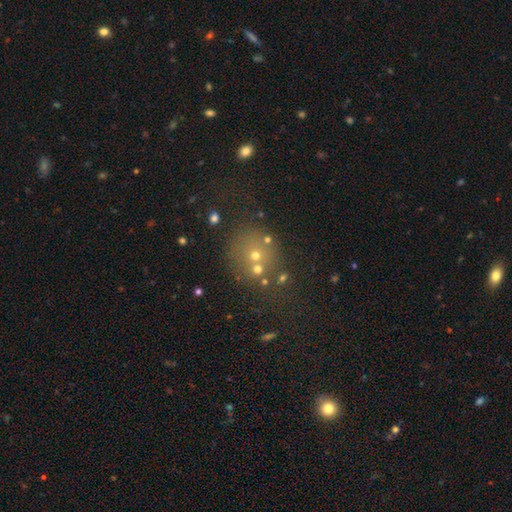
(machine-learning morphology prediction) A smooth galaxy with no disk features (52%) that is round (85%). Merging: none (60%).